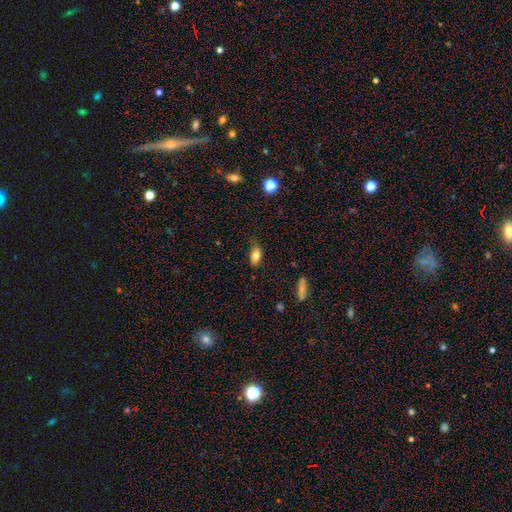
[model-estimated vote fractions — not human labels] smooth 80%, featured or disk 12%, star or artifact 9%. Down the decision tree: how rounded — in between (86%); merging — none (69%).